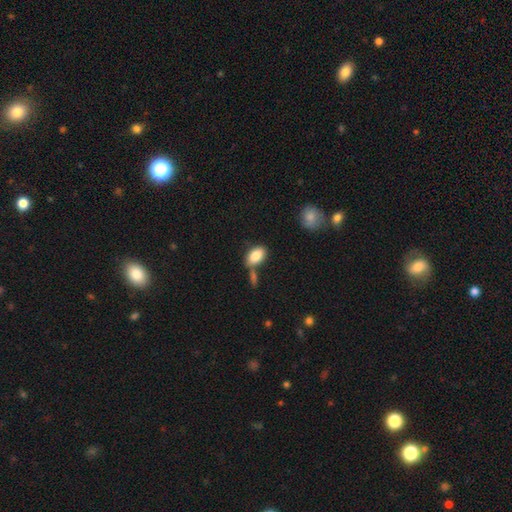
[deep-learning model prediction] A smooth galaxy with no disk features (84%) that is in between round and cigar-shaped (91%). Merging: none (60%).